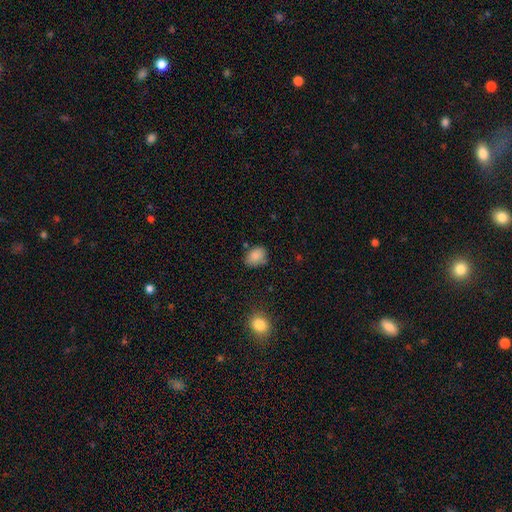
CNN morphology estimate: This appears to be a smooth galaxy with no disk features (85%) that is in between round and cigar-shaped (72%). Merging: none (73%).